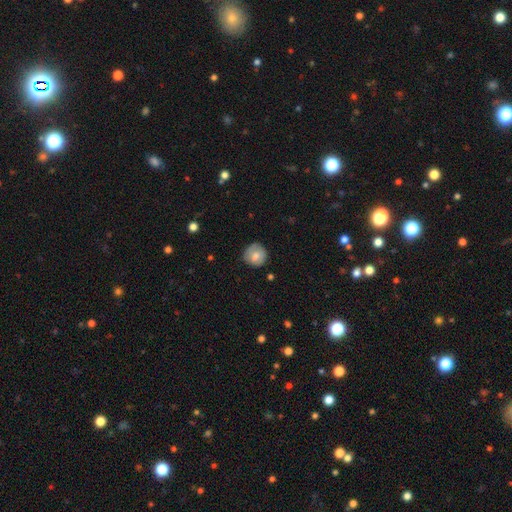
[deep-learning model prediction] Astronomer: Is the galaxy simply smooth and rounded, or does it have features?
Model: smooth — 75%.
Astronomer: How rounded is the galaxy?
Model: round — 89%.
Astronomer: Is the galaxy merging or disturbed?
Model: none — 74%.